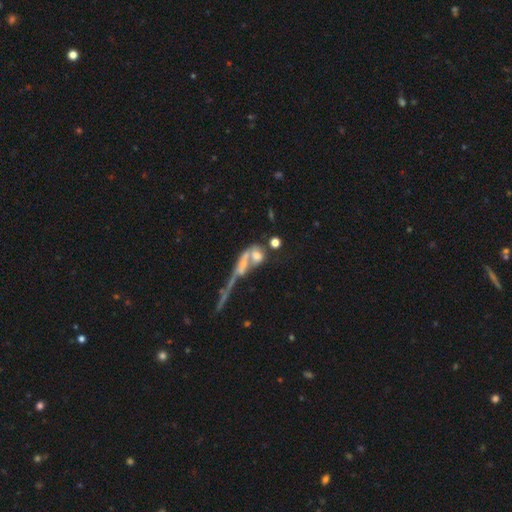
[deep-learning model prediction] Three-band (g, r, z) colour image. It shows a featured or disk galaxy (42%). Merging: merger (36%, tied with none).